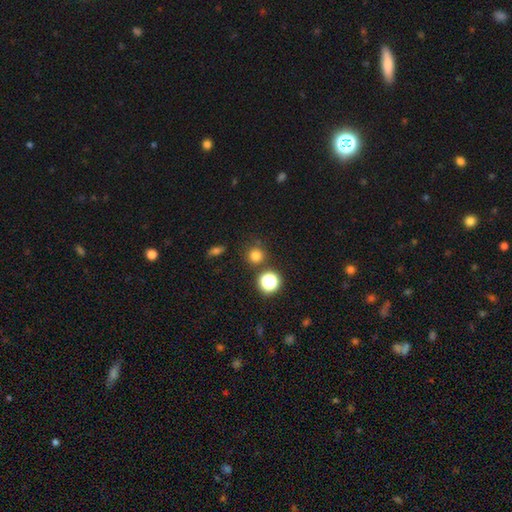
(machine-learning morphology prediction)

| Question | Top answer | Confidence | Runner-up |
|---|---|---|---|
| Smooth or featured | smooth | 76% | star or artifact (19%) |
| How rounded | round | 93% | in between (6%) |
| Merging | none | 81% | minor disturbance (9%) |